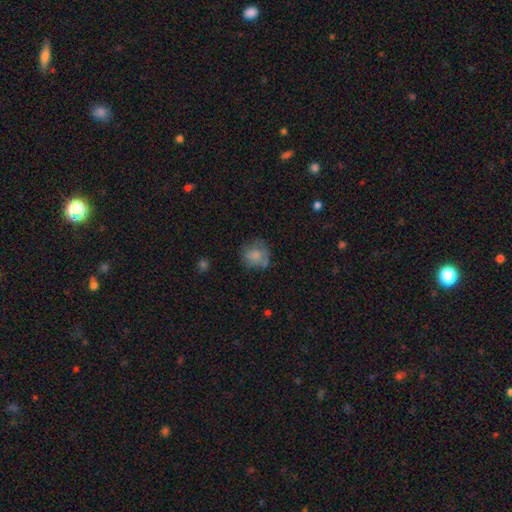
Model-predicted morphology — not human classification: smooth 72%, featured or disk 18%, star or artifact 10%. Down the decision tree: how rounded — round (77%); merging — none (55%).